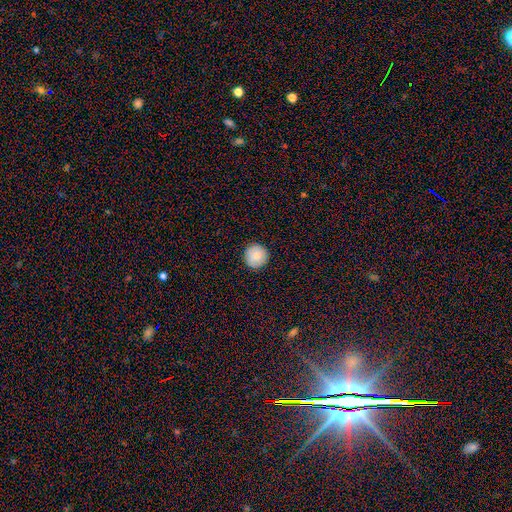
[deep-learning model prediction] Q: Smooth or featured?
A: smooth (84%); runner-up: featured or disk (9%)
Q: How rounded?
A: round (96%); runner-up: in between (3%)
Q: Merging?
A: none (92%); runner-up: minor disturbance (6%)